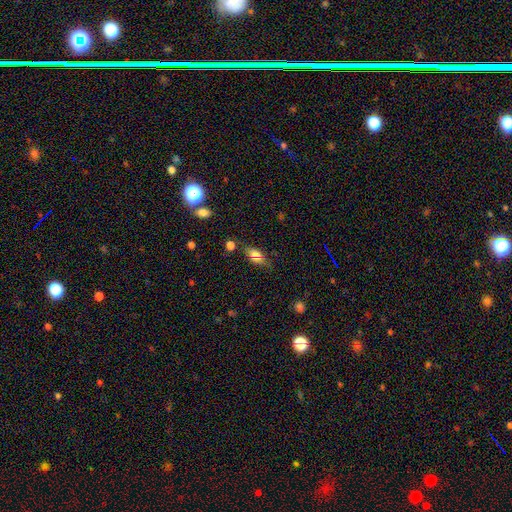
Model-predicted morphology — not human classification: Smooth or featured?
  - smooth: 67% *
  - featured or disk: 19%
  - star or artifact: 14%
How rounded?
  - in between: 76% *
  - cigar-shaped: 14%
  - round: 10%
Merging?
  - none: 62% *
  - minor disturbance: 18%
  - merger: 14%
  - major disturbance: 6%